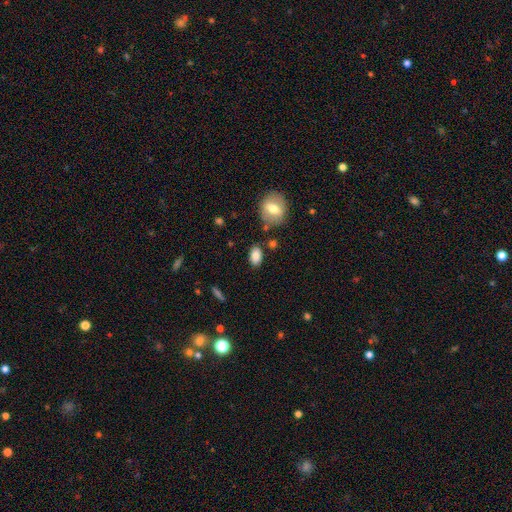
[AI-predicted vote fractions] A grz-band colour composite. It shows a smooth galaxy with no disk features (84%) that is in between round and cigar-shaped (88%). Merging: none (81%).